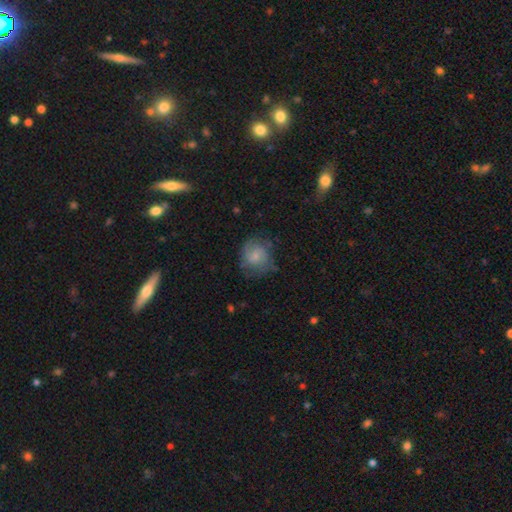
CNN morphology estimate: type=smooth (56%); roundness=round (79%); merging=none (58%).